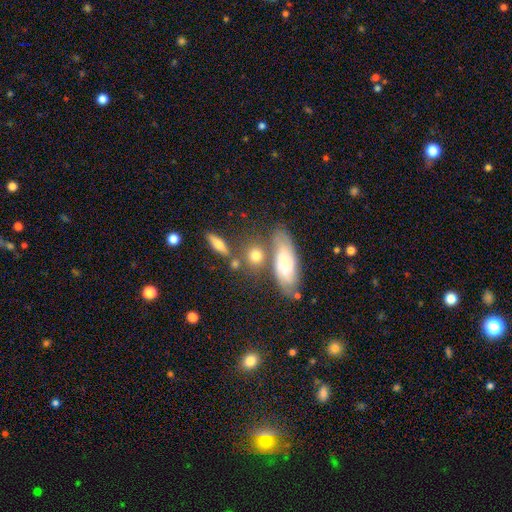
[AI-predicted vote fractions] Smooth or featured? Predicted: smooth (p=0.69). How rounded? Predicted: round (p=0.63). Merging? Predicted: none (p=0.59).